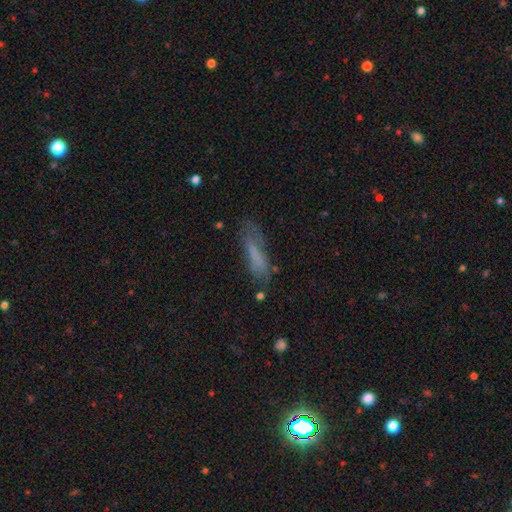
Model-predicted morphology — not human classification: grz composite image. It shows a smooth galaxy with no disk features (64%) that is cigar-shaped (69%). Merging: none (59%).